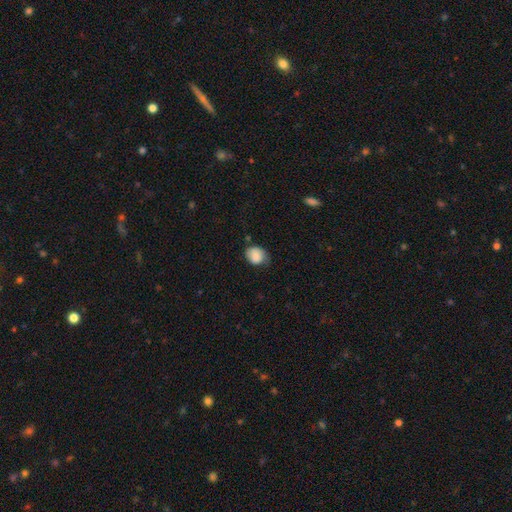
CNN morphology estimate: Smooth or featured: smooth — 85% (star or artifact — 8%)
How rounded: round — 56% (in between — 44%)
Merging: none — 54% (minor disturbance — 34%)